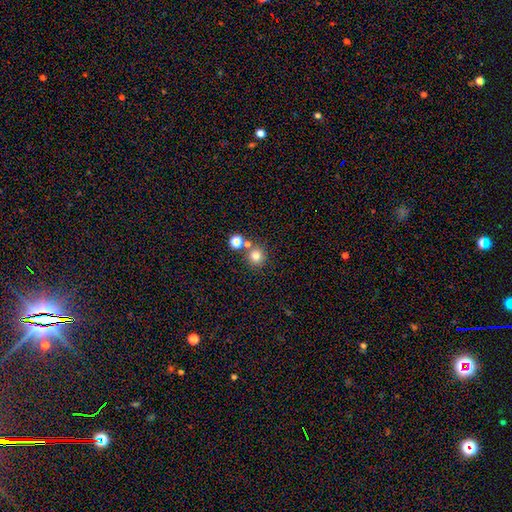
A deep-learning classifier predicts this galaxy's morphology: smooth_or_featured: smooth (p=0.78) [alt: star or artifact p=0.14]
how_rounded: round (p=0.92) [alt: in between p=0.07]
merging: none (p=0.70) [alt: merger p=0.20]